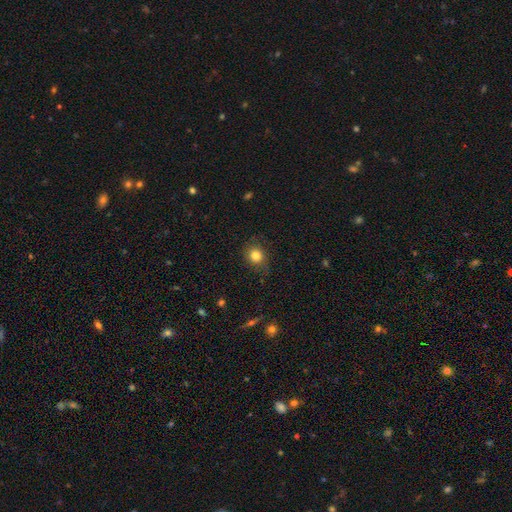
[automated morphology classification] Smooth or featured: smooth — 81% (star or artifact — 11%)
How rounded: round — 78% (in between — 21%)
Merging: none — 78% (minor disturbance — 16%)